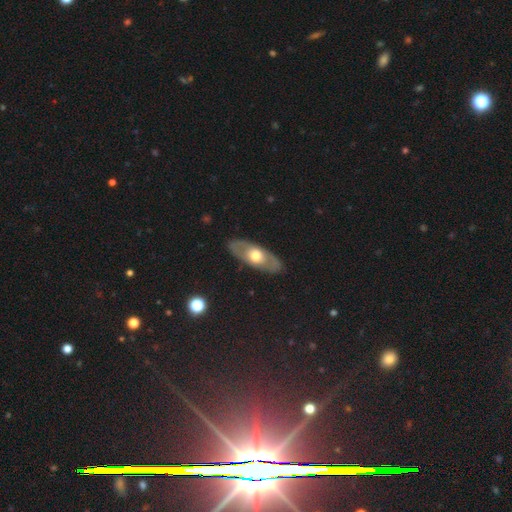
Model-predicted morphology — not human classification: smooth-or-featured: featured or disk: 54% | smooth: 41% | star or artifact: 5%
  disk-edge-on: no: 74% | yes: 26%
  merging: none: 86% | minor disturbance: 10% | major disturbance: 3% | merger: 1%